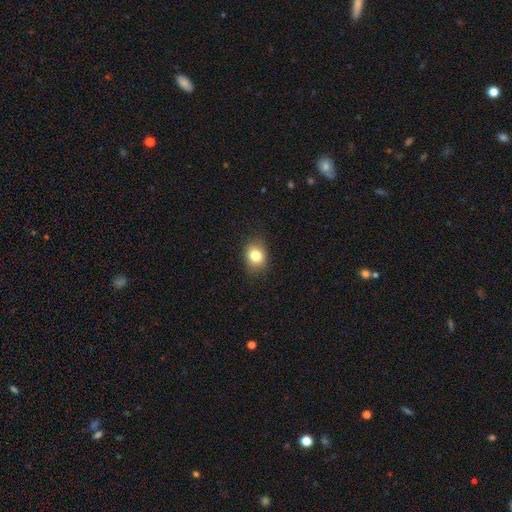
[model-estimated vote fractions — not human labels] smooth 80%, star or artifact 11%, featured or disk 9%. Down the decision tree: how rounded — round (55%); merging — none (85%).